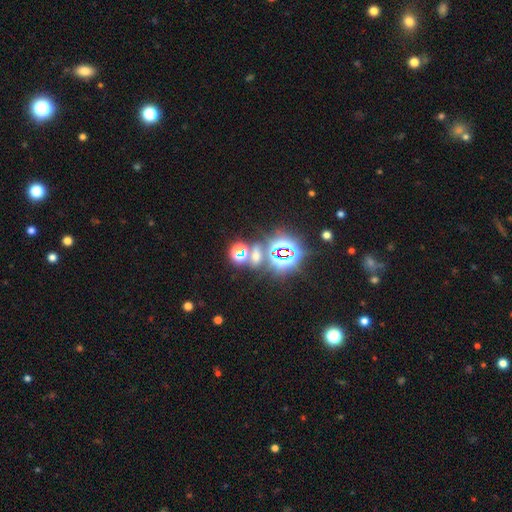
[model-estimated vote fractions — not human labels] A star or artifact, not a galaxy (65%).